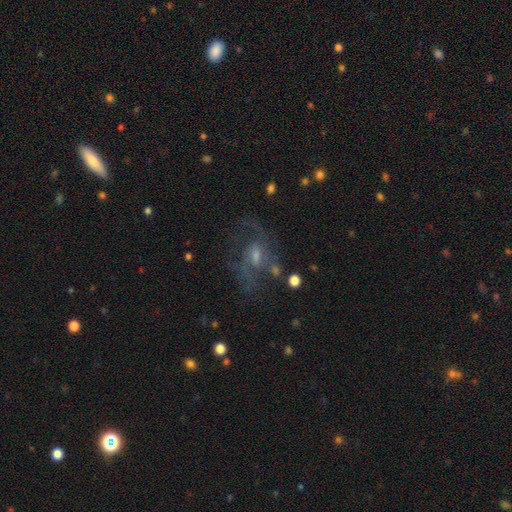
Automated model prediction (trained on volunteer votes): This appears to be a featured or disk galaxy (68%) with no bar (45%, tied with weak), 2 (48%) medium (47%) spiral arms (78%) and a small central bulge (43%). Merging: none (53%).